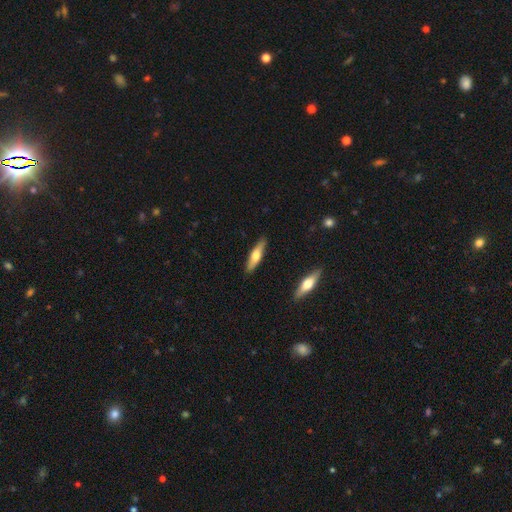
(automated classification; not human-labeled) A smooth galaxy with no disk features (53%) that is cigar-shaped (71%).

Vote fractions:
- Smooth or featured? smooth: 53% / featured or disk: 41% / star or artifact: 6%
- How rounded? cigar-shaped: 71% / in between: 27% / round: 2%
- Merging? none: 87% / minor disturbance: 9% / major disturbance: 2% / merger: 2%